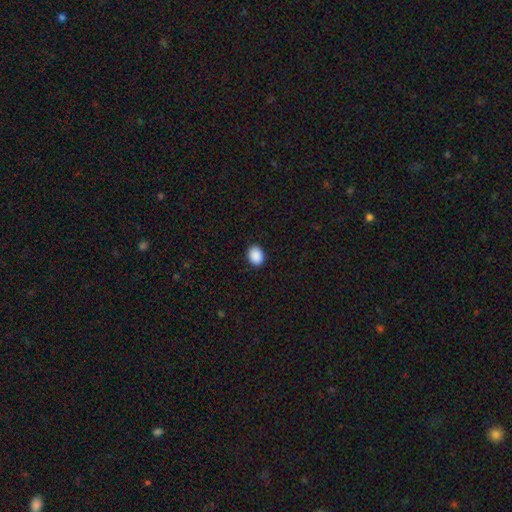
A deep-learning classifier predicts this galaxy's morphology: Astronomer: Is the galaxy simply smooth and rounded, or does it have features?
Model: smooth — 90%.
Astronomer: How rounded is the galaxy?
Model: in between — 60% (runner-up: round, 39%).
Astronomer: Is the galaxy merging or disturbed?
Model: none — 91%.